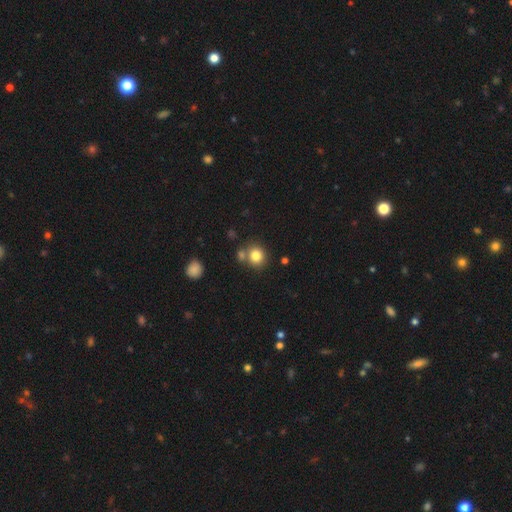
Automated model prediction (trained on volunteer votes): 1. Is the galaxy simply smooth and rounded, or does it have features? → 82% smooth, 11% star or artifact, 7% featured or disk.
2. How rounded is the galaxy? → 83% round, 16% in between, 1% cigar-shaped.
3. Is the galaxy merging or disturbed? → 67% none, 21% merger, 9% minor disturbance, 3% major disturbance.